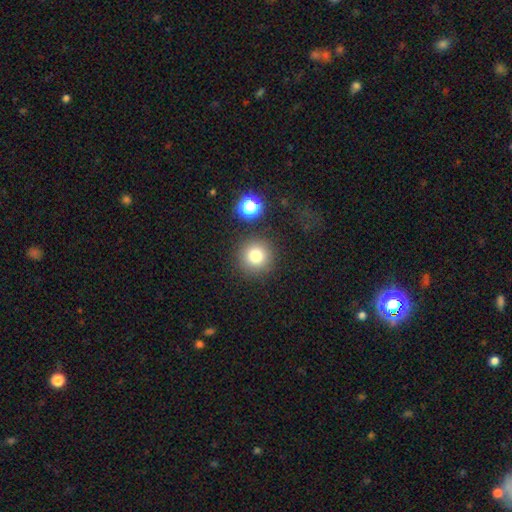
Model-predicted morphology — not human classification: smooth-or-featured: smooth: 79% | star or artifact: 13% | featured or disk: 8%
  how-rounded: round: 95% | in between: 4% | cigar-shaped: 1%
  merging: none: 86% | minor disturbance: 7% | merger: 4% | major disturbance: 3%